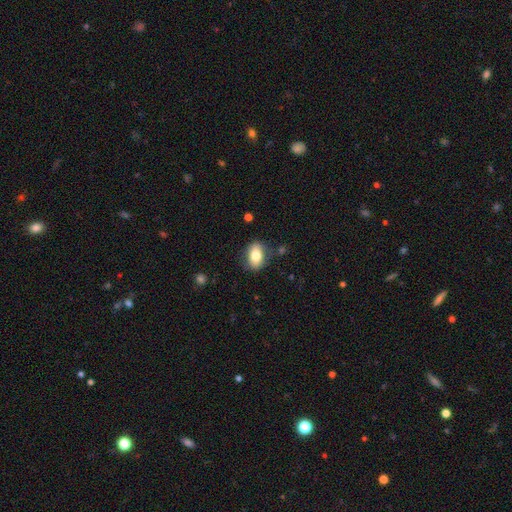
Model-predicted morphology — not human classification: Q: Smooth or featured?
A: smooth (78%); runner-up: featured or disk (15%)
Q: How rounded?
A: in between (83%); runner-up: round (16%)
Q: Merging?
A: none (81%); runner-up: minor disturbance (13%)